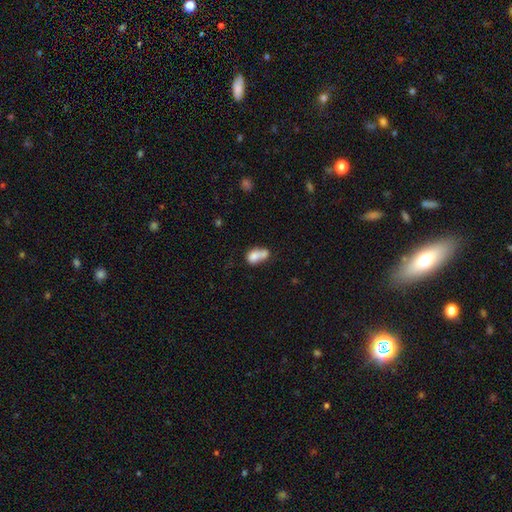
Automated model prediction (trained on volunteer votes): Smooth or featured? Predicted: smooth (p=0.72). How rounded? Predicted: in between (p=0.76). Merging? Predicted: merger (p=0.55).